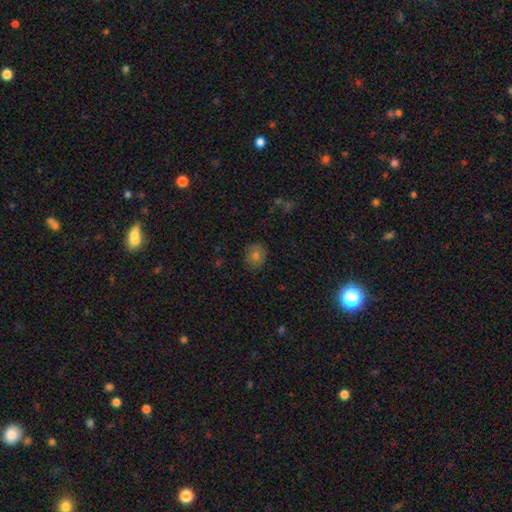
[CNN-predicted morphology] This is likely a smooth galaxy (73%). How rounded: likely round (79%). Merging: clearly none (86%).